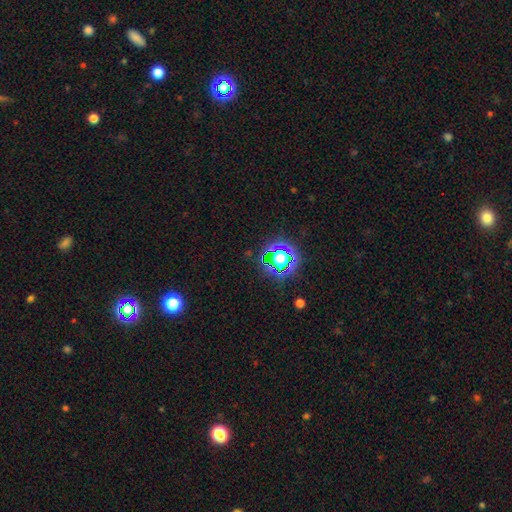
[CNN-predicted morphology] A star or artifact, not a galaxy (77%).

Vote fractions:
- Smooth or featured? star or artifact: 77% / smooth: 15% / featured or disk: 8%